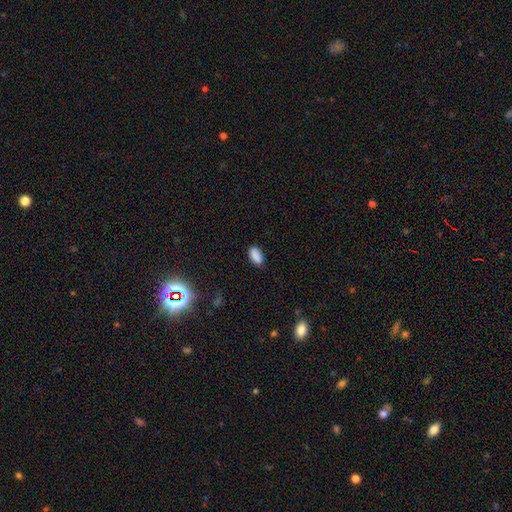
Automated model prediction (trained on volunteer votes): Overall: smooth (87%). How rounded: in between (92%). Merging: none (85%).